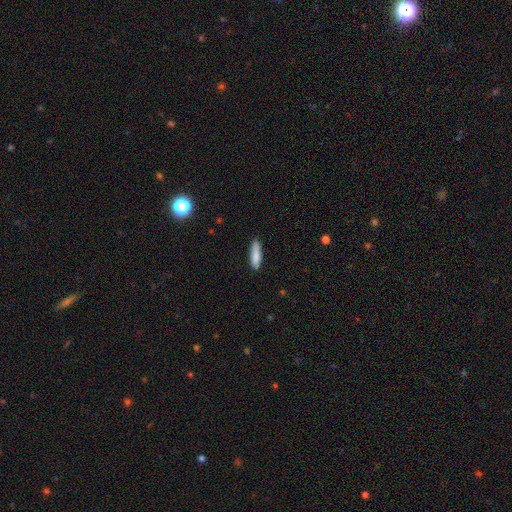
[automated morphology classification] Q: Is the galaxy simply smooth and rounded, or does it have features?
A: smooth — 85%.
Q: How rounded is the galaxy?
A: cigar-shaped — 78%.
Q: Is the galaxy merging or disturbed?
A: none — 86%.